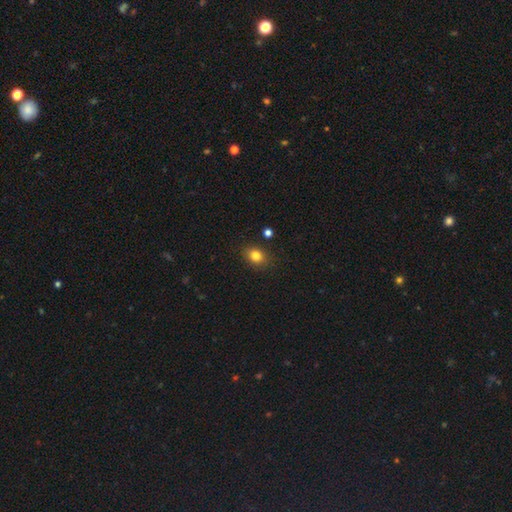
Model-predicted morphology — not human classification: Overall: smooth (82%). How rounded: round (51%; in between 48%). Merging: none (85%).